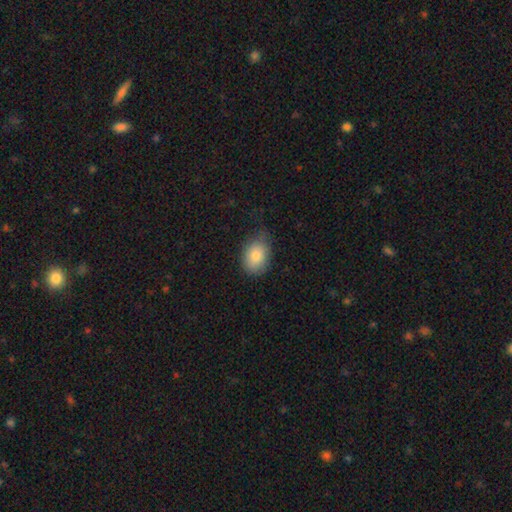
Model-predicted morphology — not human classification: Smooth or featured? smooth (84%)
How rounded? in between (73%)
Merging? none (62%)